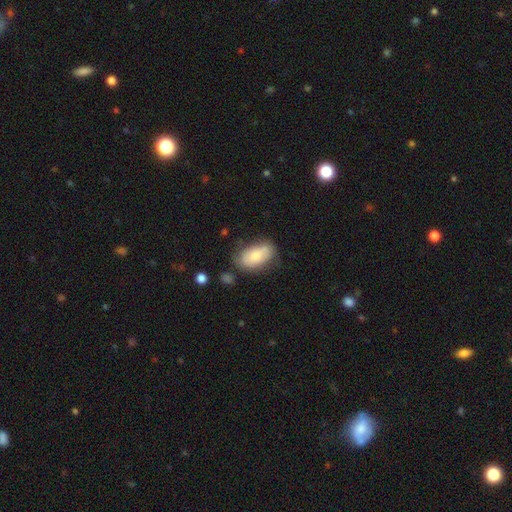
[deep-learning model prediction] Smooth or featured? Predicted: smooth (p=0.73). How rounded? Predicted: in between (p=0.93). Merging? Predicted: none (p=0.65).